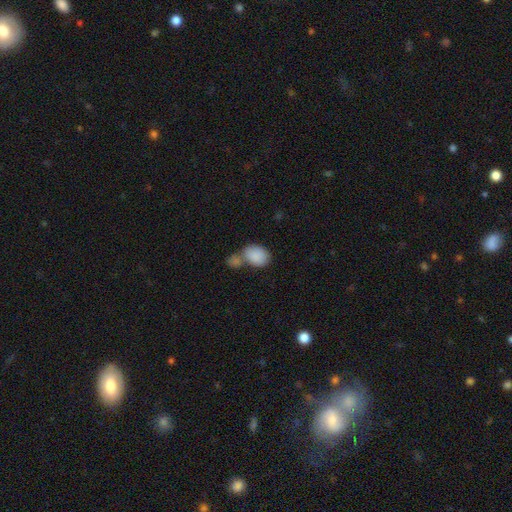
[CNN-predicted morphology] smooth 87%, star or artifact 7%, featured or disk 6%. Down the decision tree: how rounded — in between (73%); merging — merger (53%).